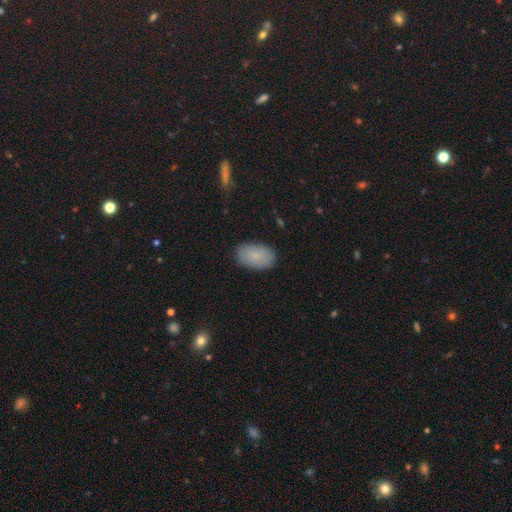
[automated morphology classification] Smooth or featured?
  - smooth: 84% *
  - featured or disk: 9%
  - star or artifact: 7%
How rounded?
  - in between: 93% *
  - round: 6%
  - cigar-shaped: 1%
Merging?
  - none: 86% *
  - minor disturbance: 11%
  - major disturbance: 2%
  - merger: 1%